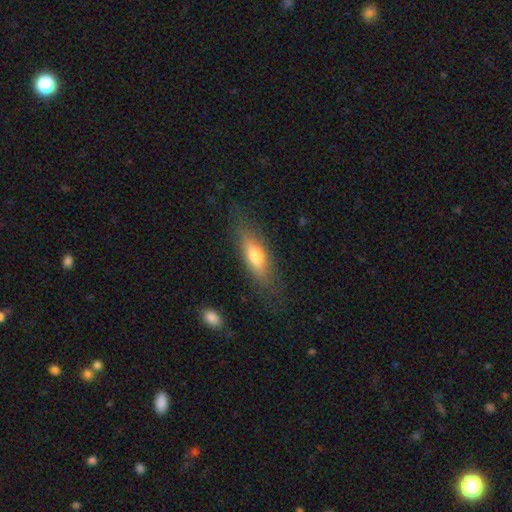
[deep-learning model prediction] This is likely a smooth galaxy (64%). How rounded: possibly in between (57%). Merging: likely none (76%).